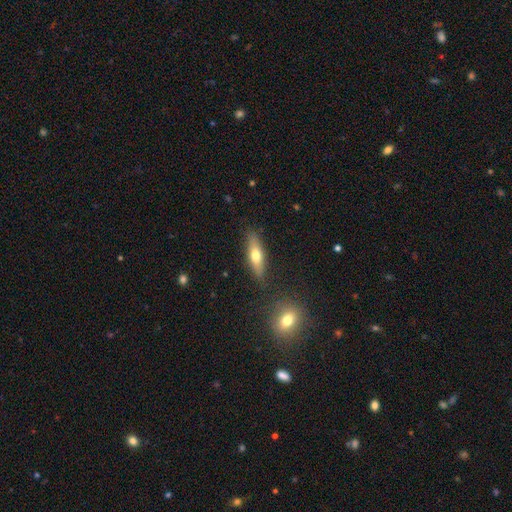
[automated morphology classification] type=smooth (58%); roundness=cigar-shaped (56%); merging=none (85%).